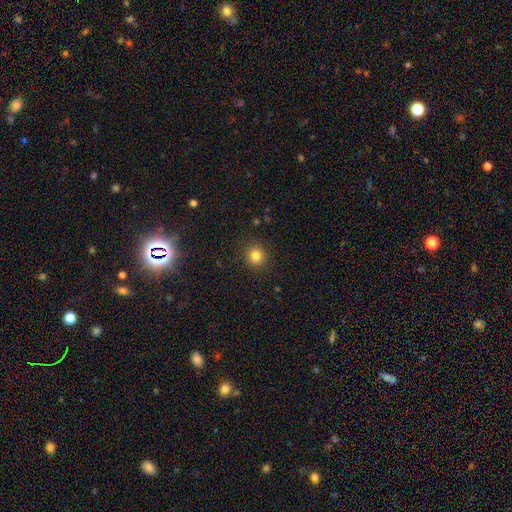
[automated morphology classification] A smooth galaxy with no disk features (82%) that is round (92%). Merging: none (91%).